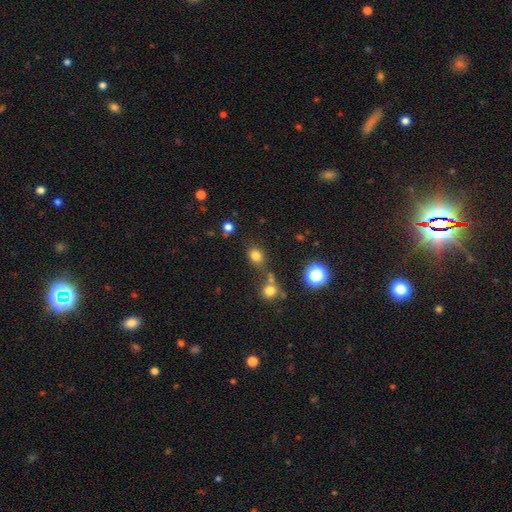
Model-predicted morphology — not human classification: A smooth galaxy with no disk features (78%) that is round (55%). Merging: none (70%).